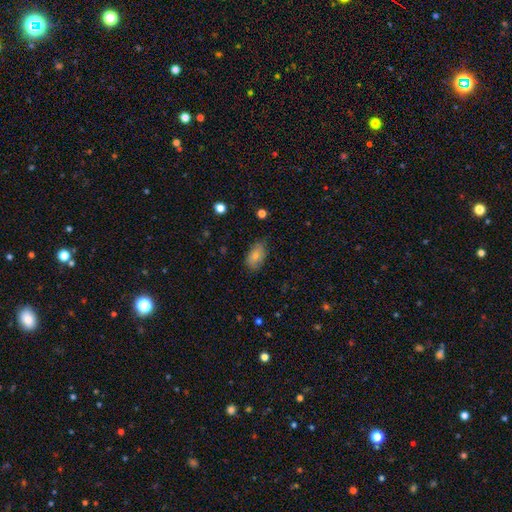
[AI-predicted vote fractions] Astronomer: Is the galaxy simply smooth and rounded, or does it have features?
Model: smooth — 80%.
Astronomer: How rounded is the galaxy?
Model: in between — 92%.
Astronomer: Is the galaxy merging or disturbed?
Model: none — 71%.